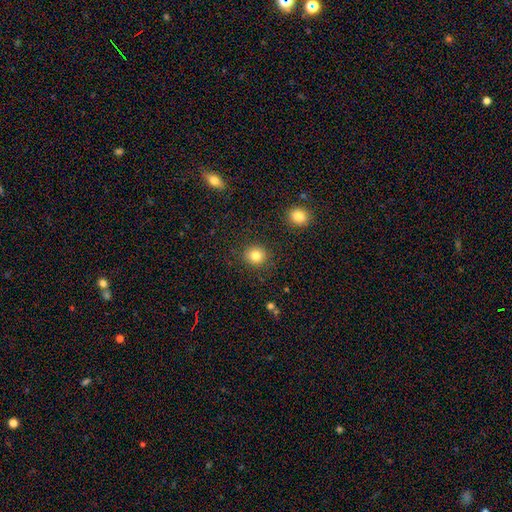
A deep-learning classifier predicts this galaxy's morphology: Smooth or featured?
  - smooth: 83% *
  - star or artifact: 11%
  - featured or disk: 6%
How rounded?
  - round: 86% *
  - in between: 13%
  - cigar-shaped: 1%
Merging?
  - none: 88% *
  - minor disturbance: 7%
  - major disturbance: 3%
  - merger: 2%